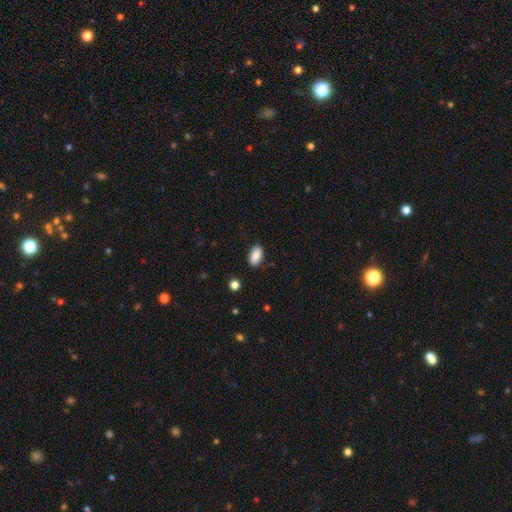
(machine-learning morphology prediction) Q: Smooth or featured?
A: smooth (87%); runner-up: star or artifact (7%)
Q: How rounded?
A: in between (93%); runner-up: round (4%)
Q: Merging?
A: none (85%); runner-up: minor disturbance (11%)